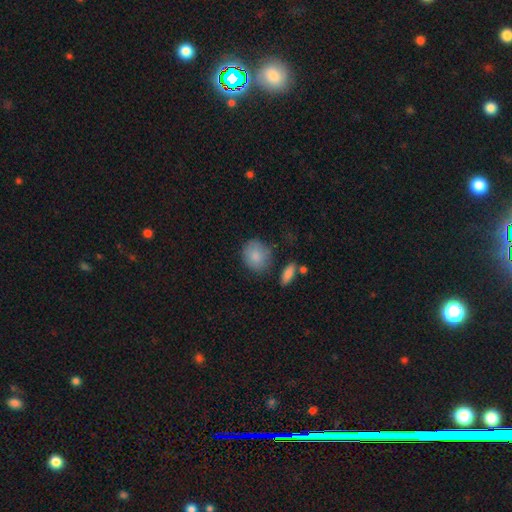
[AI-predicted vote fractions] Smooth or featured? Predicted: smooth (p=0.84). How rounded? Predicted: round (p=0.69). Merging? Predicted: none (p=0.69).